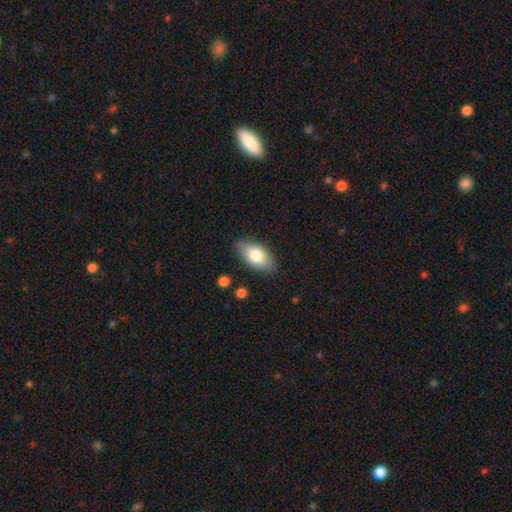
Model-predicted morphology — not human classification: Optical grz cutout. It shows a smooth galaxy with no disk features (78%) that is in between round and cigar-shaped (92%). Merging: none (84%).